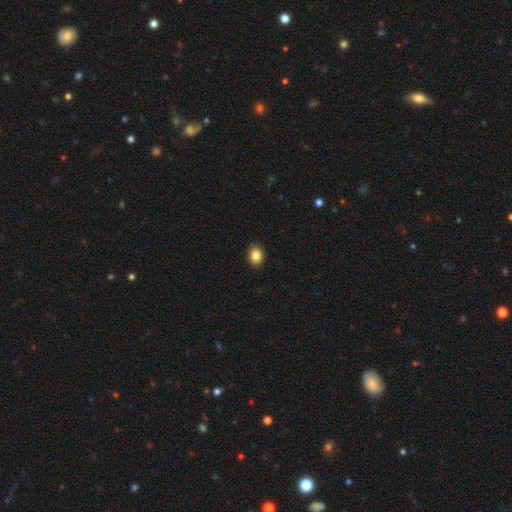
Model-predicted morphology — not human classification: type=smooth (84%); roundness=in between (62%); merging=none (91%).